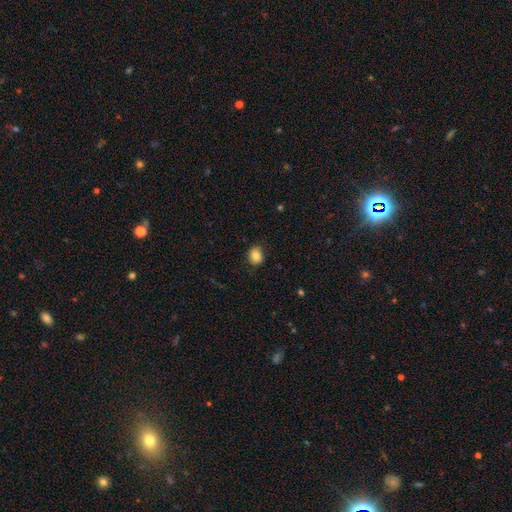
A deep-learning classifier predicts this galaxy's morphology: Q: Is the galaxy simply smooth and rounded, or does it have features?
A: smooth — 83%.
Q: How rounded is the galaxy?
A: round — 65%.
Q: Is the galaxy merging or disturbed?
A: none — 84%.